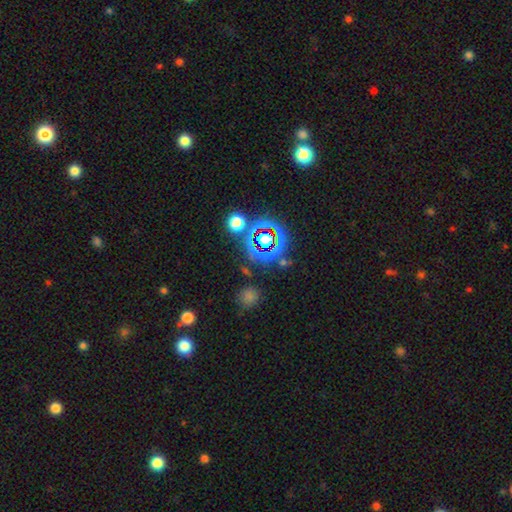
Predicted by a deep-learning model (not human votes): Smooth or featured? star or artifact (68%)